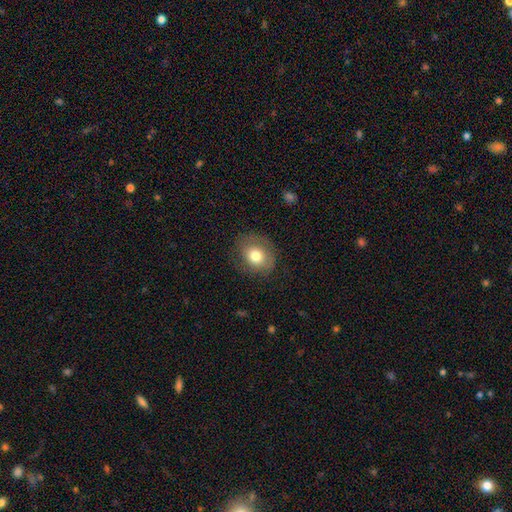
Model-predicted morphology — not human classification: smooth_or_featured: smooth (p=0.73) [alt: featured or disk p=0.18]
how_rounded: round (p=0.56) [alt: in between p=0.43]
merging: none (p=0.74) [alt: minor disturbance p=0.18]